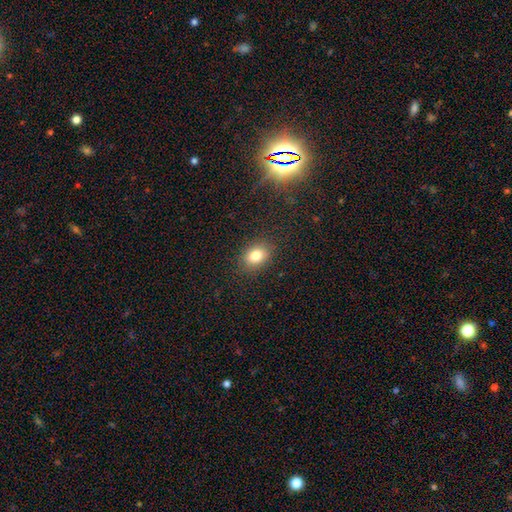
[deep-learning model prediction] The model was most divided on "how rounded": in between: 65%, round: 34%, cigar-shaped: 1%. More confident: merging — none (87%); smooth or featured — smooth (80%).